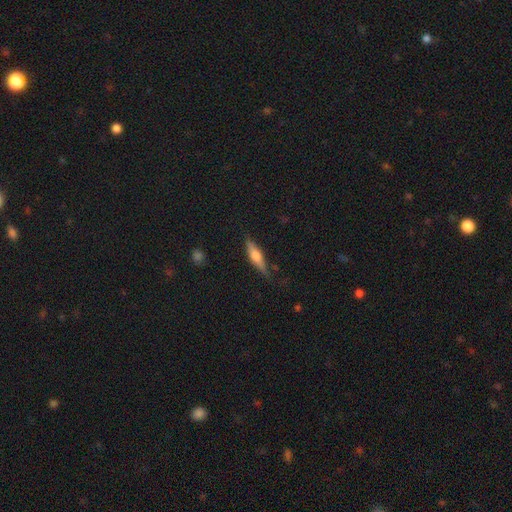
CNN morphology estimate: This appears to be a smooth galaxy with no disk features (50%). Merging: none (77%).